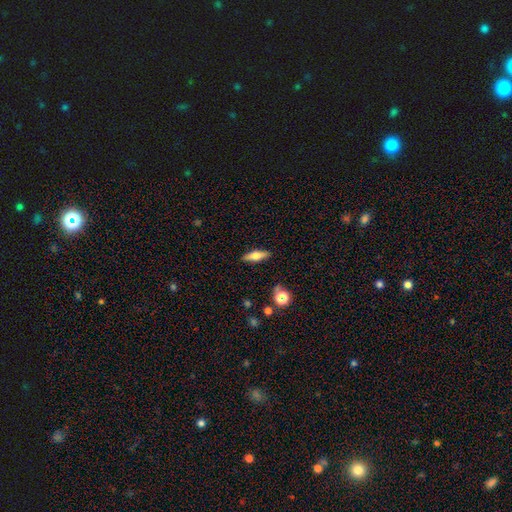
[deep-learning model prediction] A smooth galaxy with no disk features (52%) that is cigar-shaped (50%). Merging: none (89%).